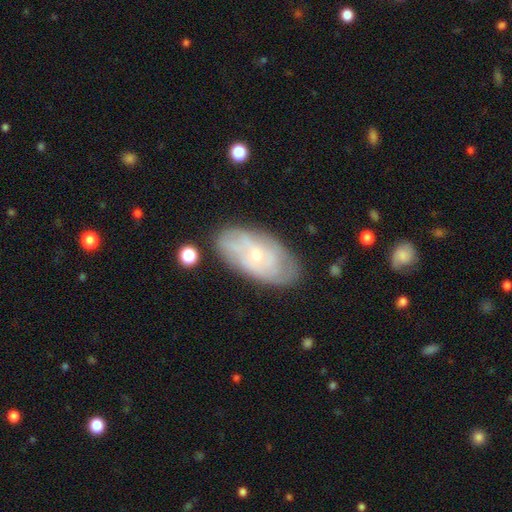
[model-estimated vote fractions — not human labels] featured or disk 60%, smooth 33%, star or artifact 7%. Down the decision tree: edge-on disk — no (92%); bar — no (75%); spiral arms — yes (70%); bulge size — small (69%); merging — none (73%).